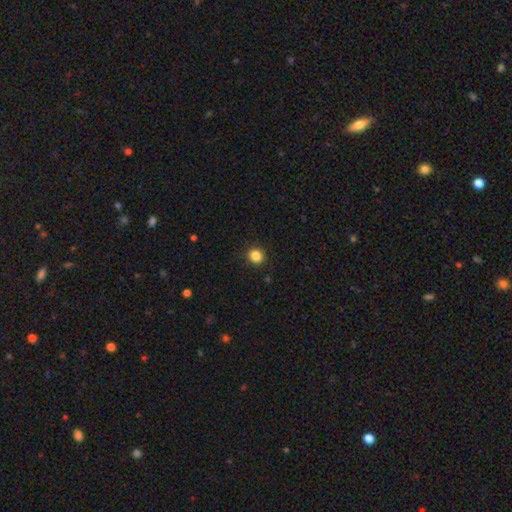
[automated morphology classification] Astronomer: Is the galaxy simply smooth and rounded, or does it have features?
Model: smooth — 85%.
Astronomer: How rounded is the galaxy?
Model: round — 86%.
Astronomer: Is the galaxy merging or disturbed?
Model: none — 91%.